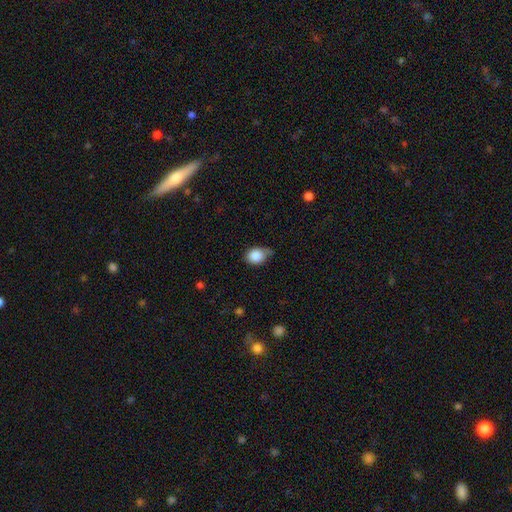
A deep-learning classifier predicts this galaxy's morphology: Overall: smooth (85%). How rounded: round (51%; in between 48%). Merging: none (45%; minor disturbance 43%).